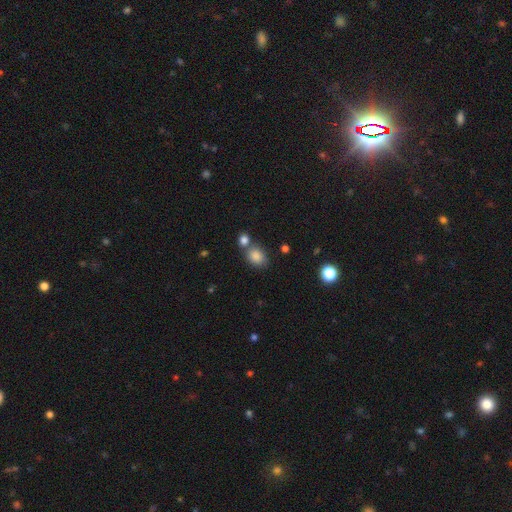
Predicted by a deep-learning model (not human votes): A smooth galaxy with no disk features (85%) that is in between round and cigar-shaped (58%).

Vote fractions:
- Smooth or featured? smooth: 85% / star or artifact: 10% / featured or disk: 5%
- How rounded? in between: 58% / round: 41% / cigar-shaped: 1%
- Merging? none: 59% / merger: 25% / minor disturbance: 12% / major disturbance: 4%